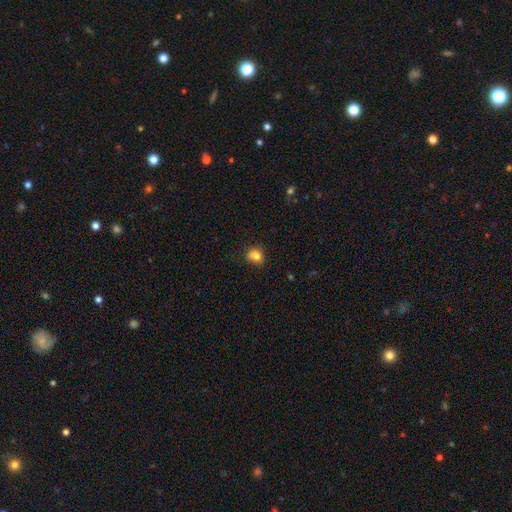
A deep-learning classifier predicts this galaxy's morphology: type=smooth (80%); roundness=round (62%); merging=none (59%).